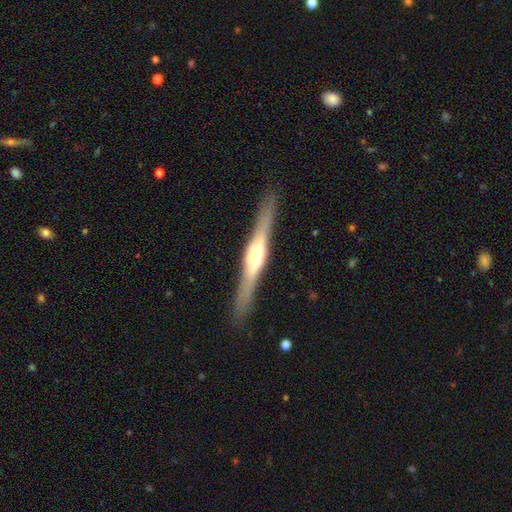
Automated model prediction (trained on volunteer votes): A featured or disk galaxy (74%) viewed edge-on (97%) with a rounded central bulge (78%).

Vote fractions:
- Smooth or featured? featured or disk: 74% / smooth: 20% / star or artifact: 5%
- Edge-on disk? yes: 97% / no: 3%
- Edge-on bulge? rounded: 78% / boxy: 15% / none: 7%
- Merging? none: 88% / minor disturbance: 8% / major disturbance: 2% / merger: 1%